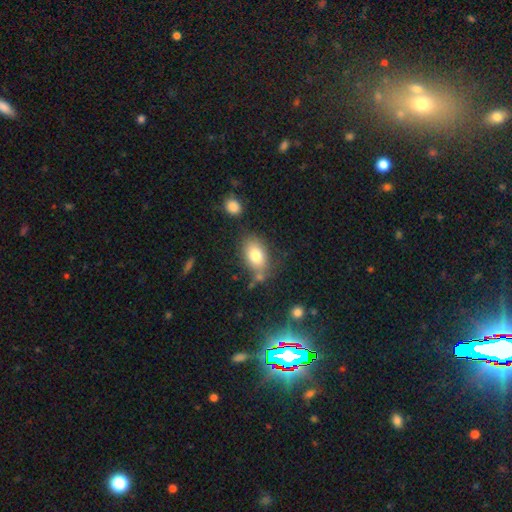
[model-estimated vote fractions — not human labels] smooth_or_featured: smooth (p=0.78) [alt: featured or disk p=0.13]
how_rounded: in between (p=0.85) [alt: round p=0.14]
merging: none (p=0.69) [alt: minor disturbance p=0.17]